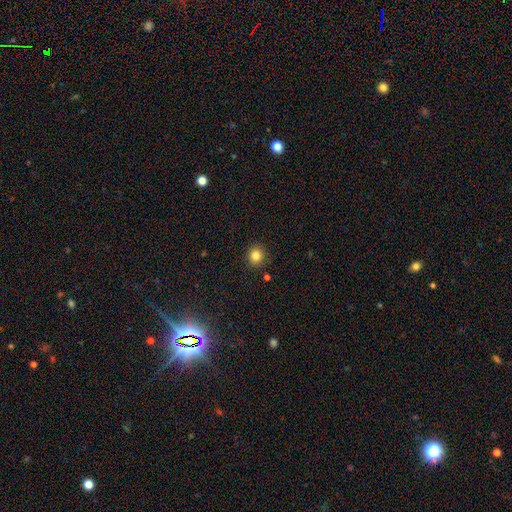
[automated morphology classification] A smooth galaxy with no disk features (83%) that is round (89%). Merging: none (91%).